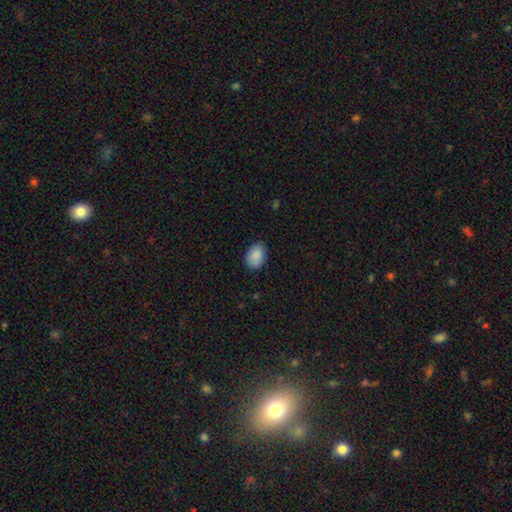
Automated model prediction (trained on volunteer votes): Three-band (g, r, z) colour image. It shows a smooth galaxy with no disk features (89%) that is in between round and cigar-shaped (79%). Merging: none (82%).